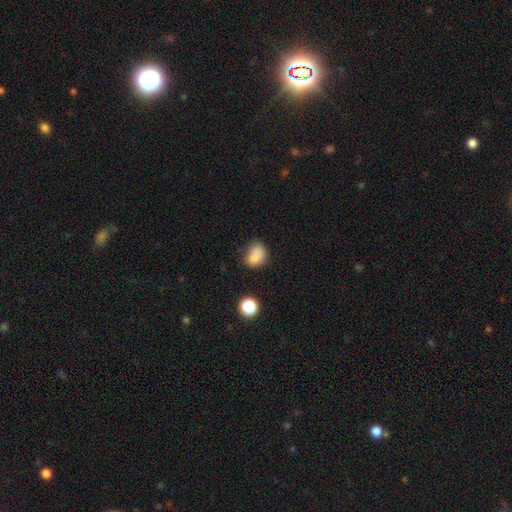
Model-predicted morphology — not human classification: Overall: smooth (80%). How rounded: in between (62%; round 36%). Merging: none (51%; minor disturbance 27%).